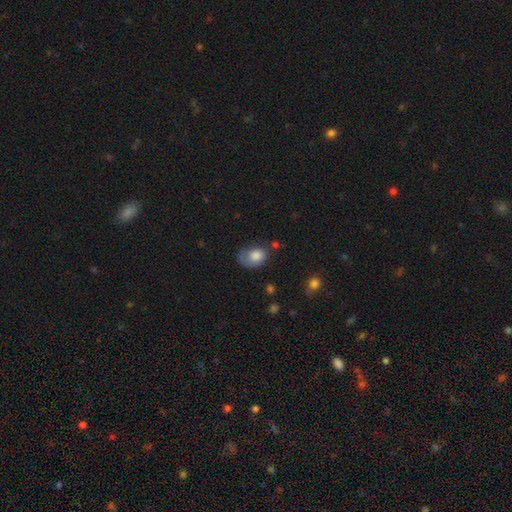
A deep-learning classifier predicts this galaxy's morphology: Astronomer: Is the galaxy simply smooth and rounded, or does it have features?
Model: smooth — 71%.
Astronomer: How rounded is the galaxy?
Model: in between — 71%.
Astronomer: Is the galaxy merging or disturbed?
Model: none — 39% (runner-up: minor disturbance, 30%).